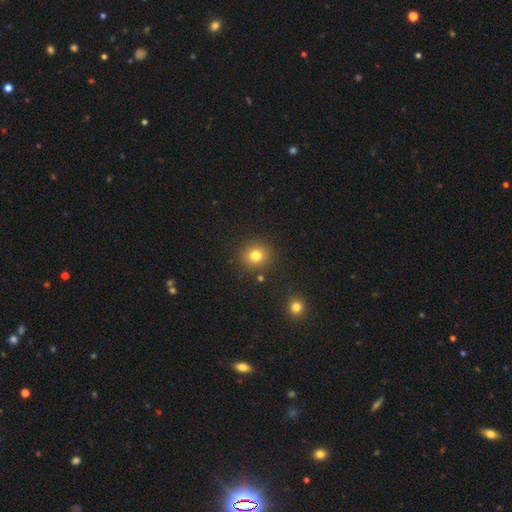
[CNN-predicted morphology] type=smooth (79%); roundness=round (89%); merging=none (87%).